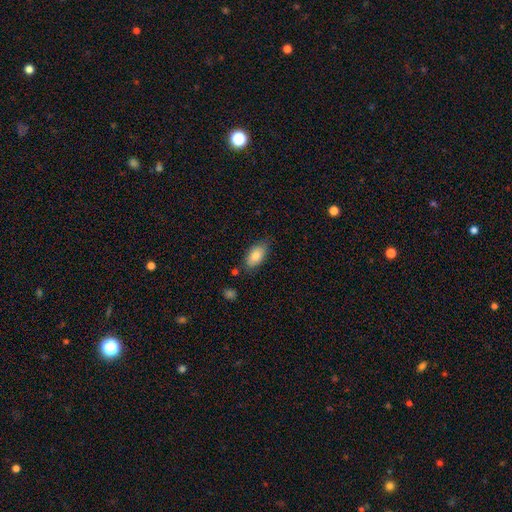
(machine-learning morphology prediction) smooth-or-featured: smooth: 82% | featured or disk: 11% | star or artifact: 7%
  how-rounded: in between: 91% | cigar-shaped: 5% | round: 4%
  merging: none: 75% | minor disturbance: 19% | major disturbance: 3% | merger: 3%